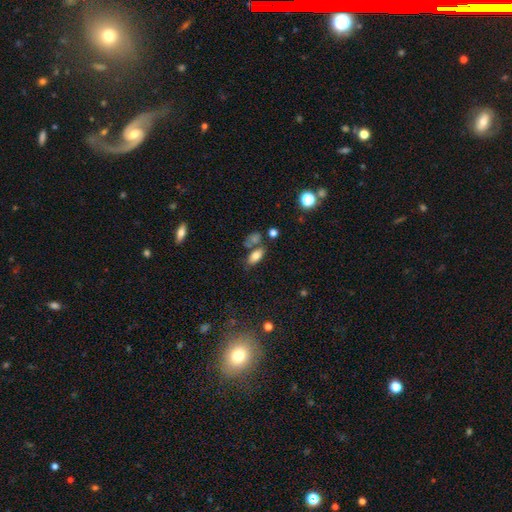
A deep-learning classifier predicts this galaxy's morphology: smooth-or-featured: smooth: 76% | featured or disk: 14% | star or artifact: 9%
  how-rounded: in between: 87% | cigar-shaped: 9% | round: 4%
  merging: none: 57% | merger: 21% | minor disturbance: 15% | major disturbance: 6%